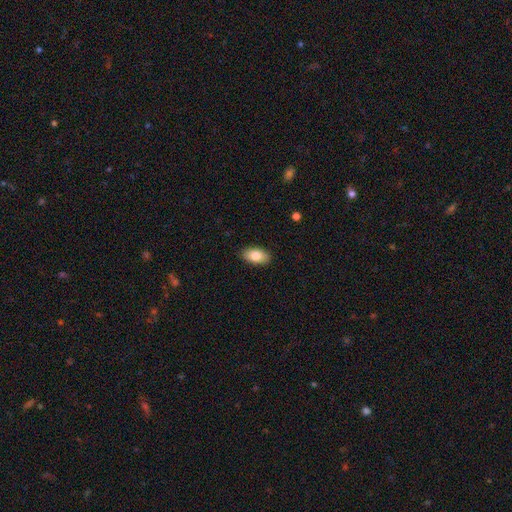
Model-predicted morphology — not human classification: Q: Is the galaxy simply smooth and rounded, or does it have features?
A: smooth — 82%.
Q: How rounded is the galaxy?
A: in between — 93%.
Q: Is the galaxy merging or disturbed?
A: none — 89%.